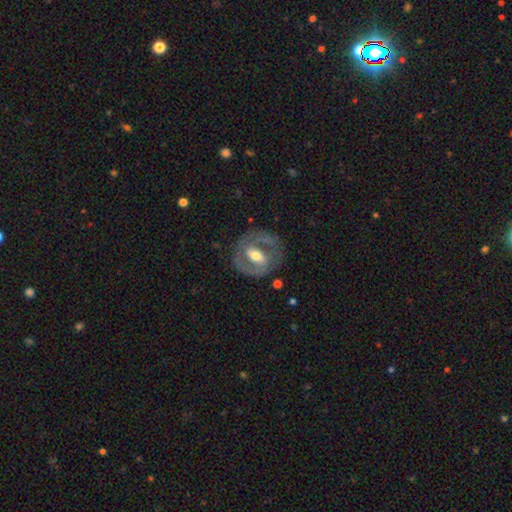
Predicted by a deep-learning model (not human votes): This appears to be a featured or disk galaxy (73%) with a strong bar (41%), spiral arms (58%) and a moderate central bulge (68%). Merging: none (72%).